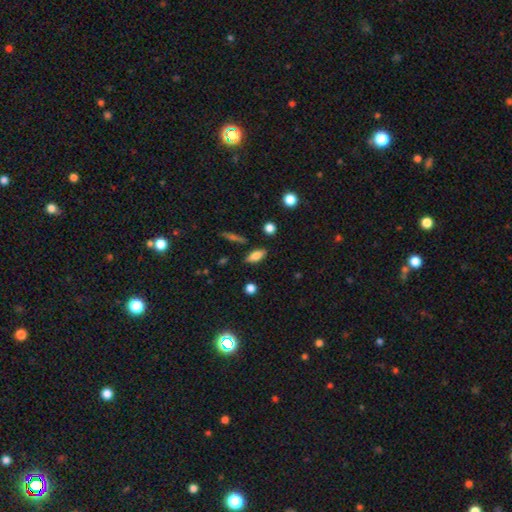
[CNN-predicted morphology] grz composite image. It shows a smooth galaxy with no disk features (76%) that is in between round and cigar-shaped (77%). Merging: none (82%).